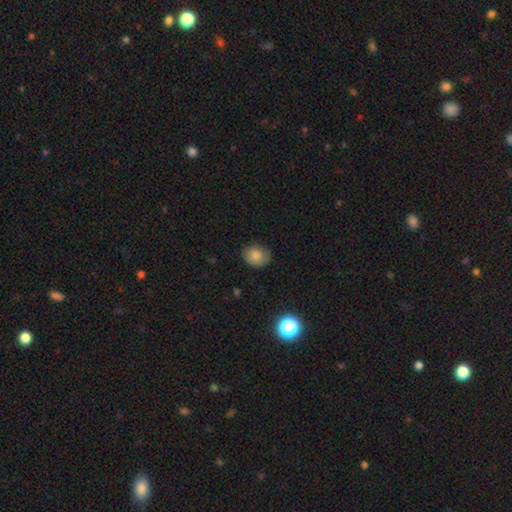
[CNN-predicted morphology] smooth-or-featured: smooth: 80% | star or artifact: 10% | featured or disk: 10%
  how-rounded: round: 56% | in between: 44% | cigar-shaped: 1%
  merging: none: 79% | minor disturbance: 16% | major disturbance: 3% | merger: 1%